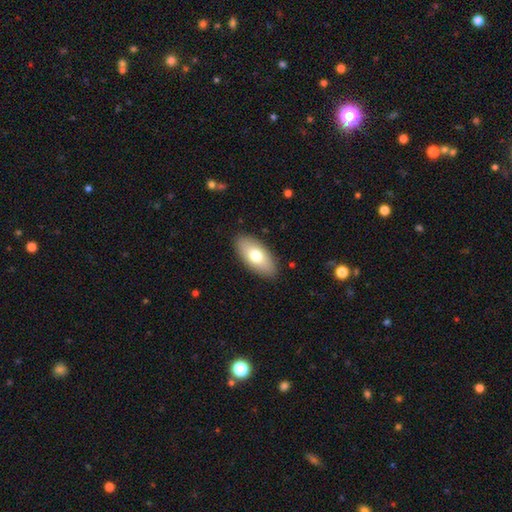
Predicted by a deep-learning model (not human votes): Smooth or featured?
  - smooth: 73% *
  - featured or disk: 21%
  - star or artifact: 6%
How rounded?
  - in between: 90% *
  - cigar-shaped: 7%
  - round: 3%
Merging?
  - none: 88% *
  - minor disturbance: 9%
  - major disturbance: 2%
  - merger: 1%